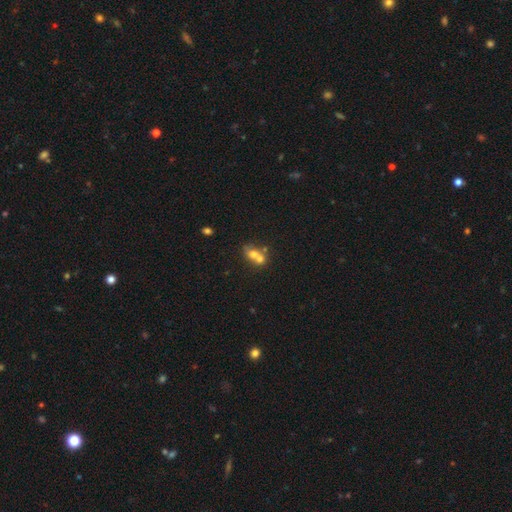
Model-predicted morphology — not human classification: Overall: smooth (63%; featured or disk 24%). How rounded: round (56%; in between 42%). Merging: merger (65%).